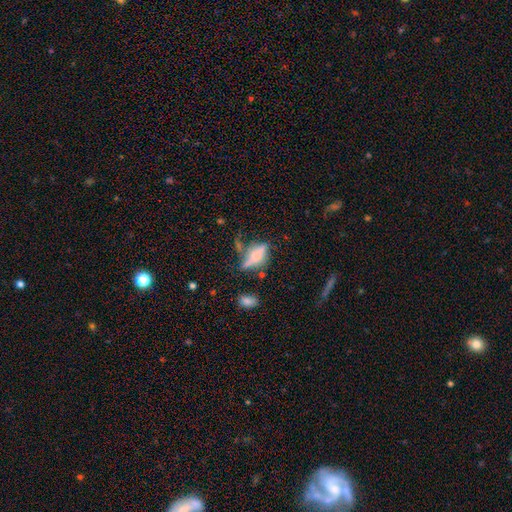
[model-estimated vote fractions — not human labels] A smooth galaxy with no disk features (46%). Merging: none (42%).